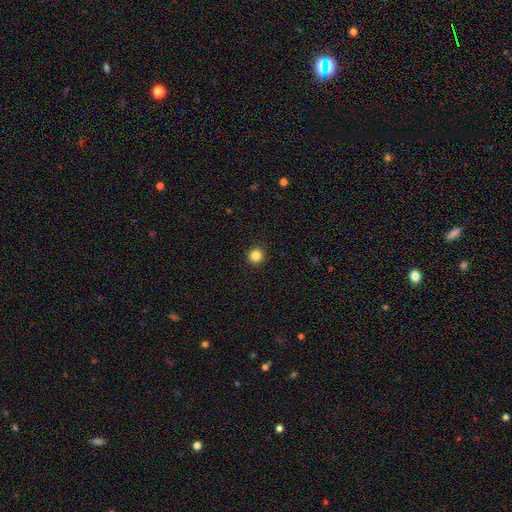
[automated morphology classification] Smooth or featured? Predicted: smooth (p=0.84). How rounded? Predicted: round (p=0.96). Merging? Predicted: none (p=0.93).